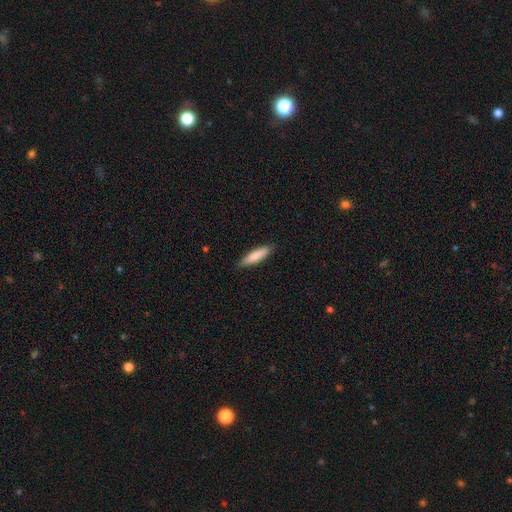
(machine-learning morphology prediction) Smooth or featured: smooth — 80% (featured or disk — 15%)
How rounded: cigar-shaped — 75% (in between — 23%)
Merging: none — 87% (minor disturbance — 10%)